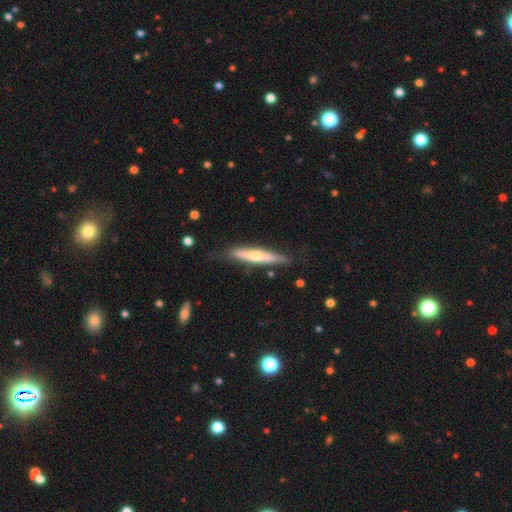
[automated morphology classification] smooth-or-featured: featured or disk: 48% | smooth: 46% | star or artifact: 5%
  merging: none: 79% | minor disturbance: 16% | major disturbance: 3% | merger: 2%